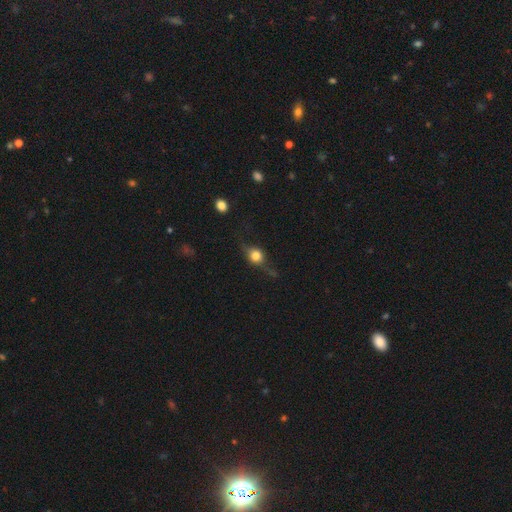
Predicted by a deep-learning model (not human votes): A smooth galaxy with no disk features (48%).

Vote fractions:
- Smooth or featured? smooth: 48% / featured or disk: 41% / star or artifact: 11%
- Merging? none: 63% / minor disturbance: 21% / major disturbance: 13% / merger: 3%